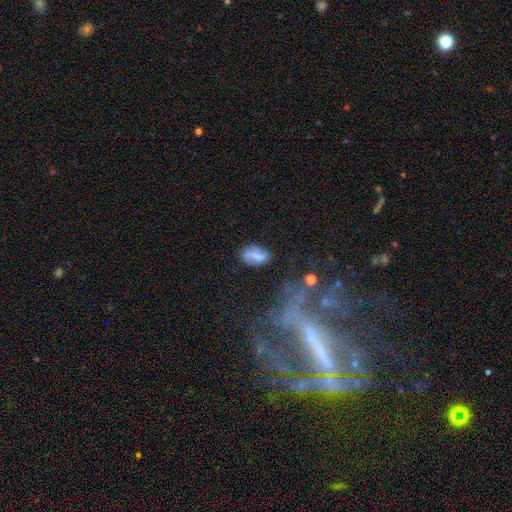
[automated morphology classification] Smooth or featured? Predicted: smooth (p=0.55). How rounded? Predicted: in between (p=0.84). Merging? Predicted: none (p=0.66).